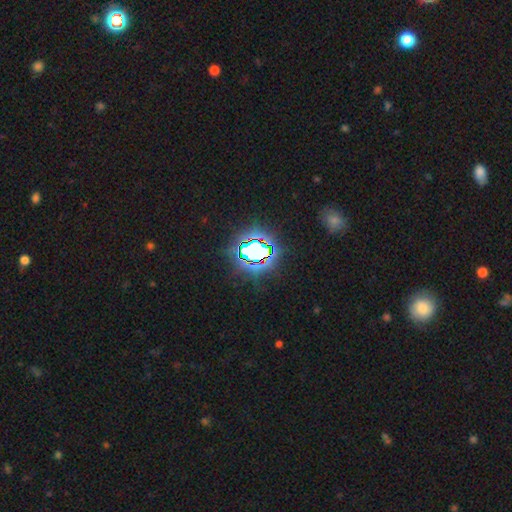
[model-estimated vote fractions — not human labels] smooth-or-featured: star or artifact: 80% | smooth: 13% | featured or disk: 7%